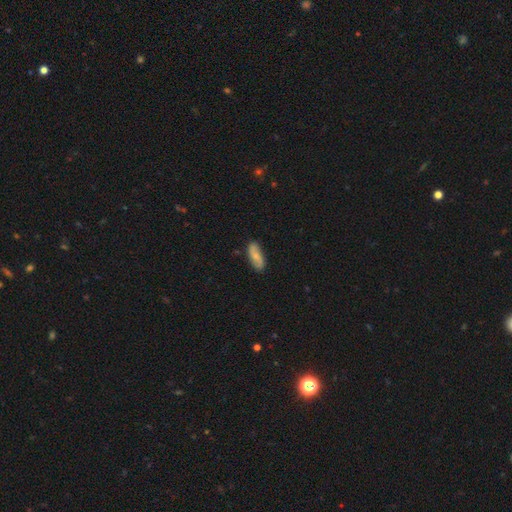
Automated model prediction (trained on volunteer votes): This appears to be a smooth galaxy with no disk features (58%) that is in between round and cigar-shaped (73%). Merging: none (82%).